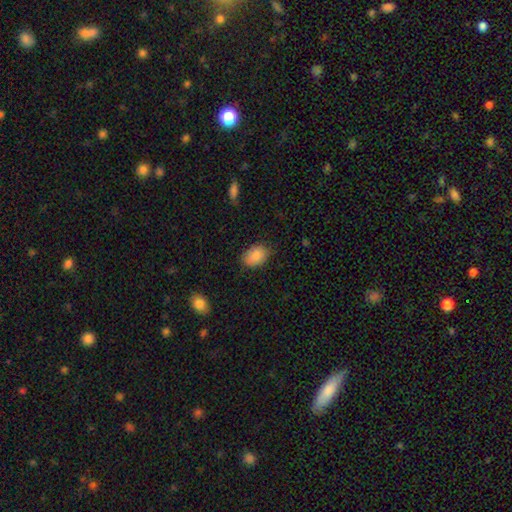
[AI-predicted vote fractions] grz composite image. It shows a smooth galaxy with no disk features (86%) that is in between round and cigar-shaped (77%). Merging: none (77%).